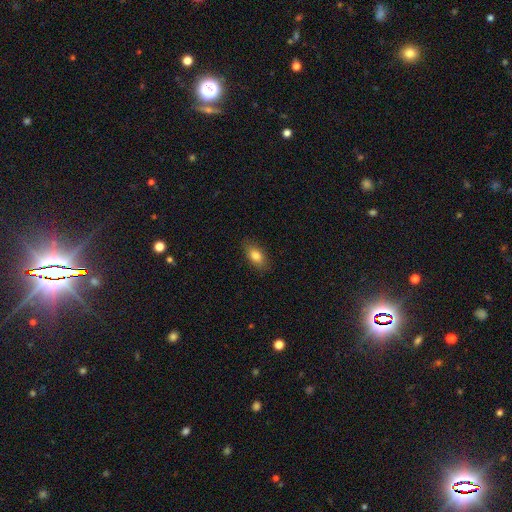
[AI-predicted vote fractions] Smooth or featured? smooth (81%)
How rounded? in between (87%)
Merging? none (85%)